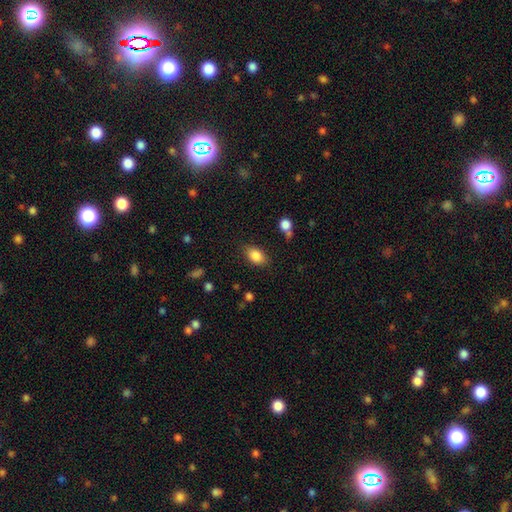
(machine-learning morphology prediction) Smooth or featured: smooth — 86% (star or artifact — 8%)
How rounded: in between — 86% (round — 12%)
Merging: none — 80% (minor disturbance — 13%)